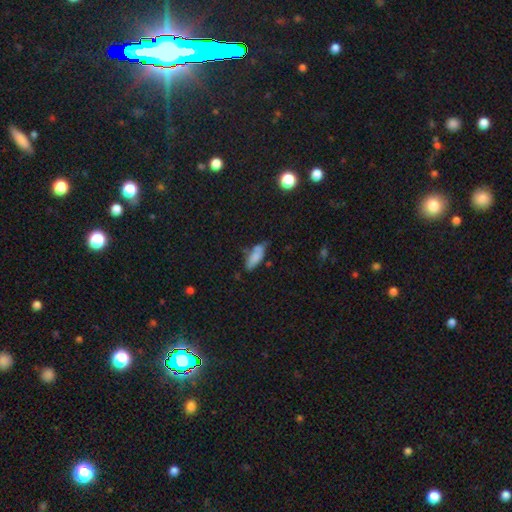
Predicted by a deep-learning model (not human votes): Overall: smooth (79%). How rounded: in between (70%). Merging: none (61%; minor disturbance 28%).